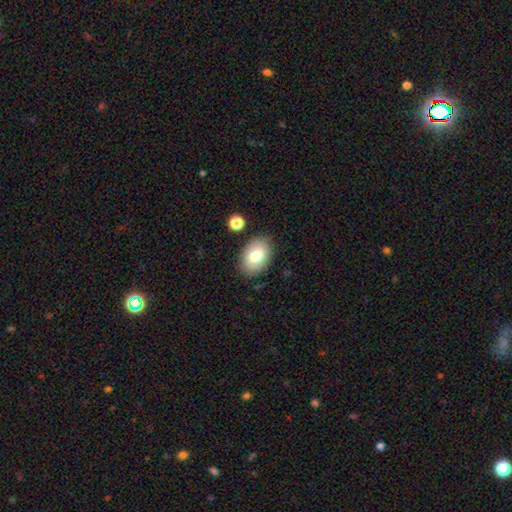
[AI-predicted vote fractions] smooth-or-featured: smooth: 77% | featured or disk: 15% | star or artifact: 7%
  how-rounded: in between: 86% | round: 13% | cigar-shaped: 1%
  merging: none: 84% | minor disturbance: 11% | major disturbance: 3% | merger: 2%